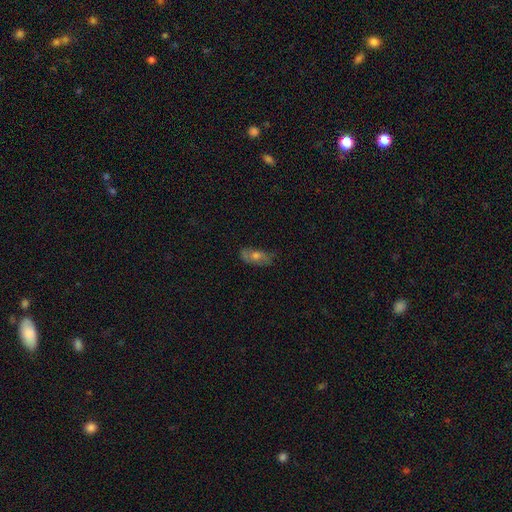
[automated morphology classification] Smooth or featured? smooth (49%)
Merging? none (69%)